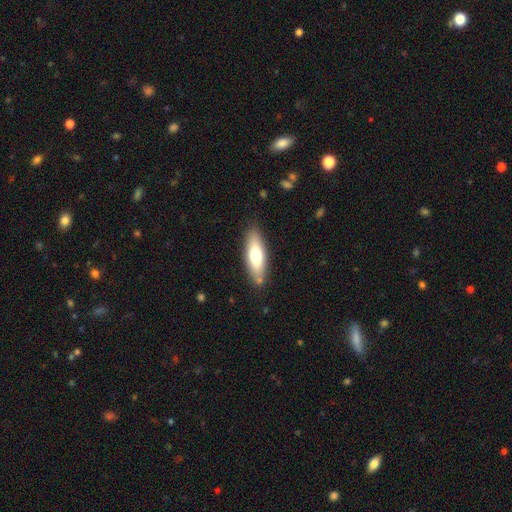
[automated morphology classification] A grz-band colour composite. It shows a smooth galaxy with no disk features (67%) that is in between round and cigar-shaped (56%). Merging: none (83%).